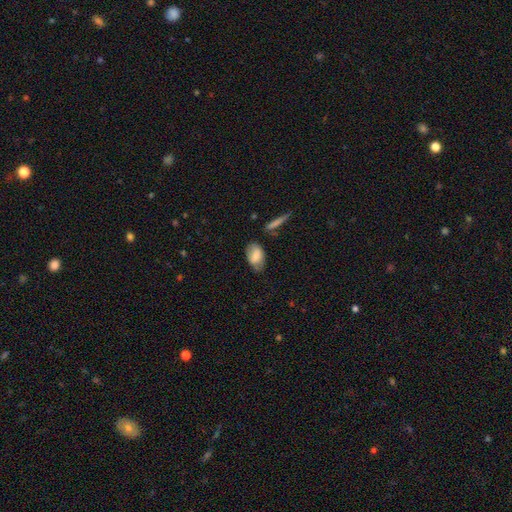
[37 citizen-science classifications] A smooth galaxy with no disk features (78%) that is in between round and cigar-shaped (93%).

Vote fractions:
- Smooth or featured? smooth: 78% / featured or disk: 22% / star or artifact: 0%
- How rounded? in between: 93% / round: 3% / cigar-shaped: 3%
- Merging? none: 54% / minor disturbance: 41% / major disturbance: 3% / merger: 3%